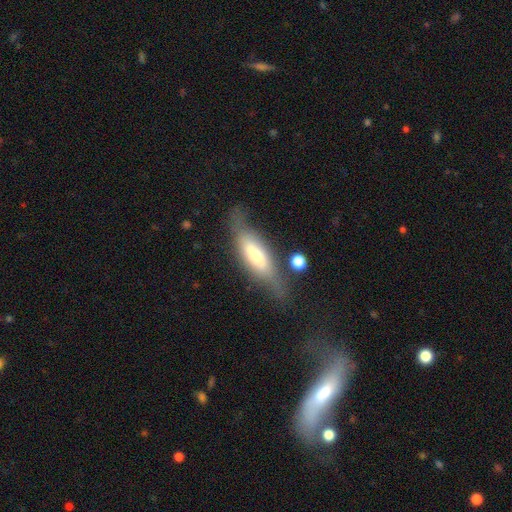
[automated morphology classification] Overall: featured or disk (50%; smooth 43%). Edge-on disk: yes (66%; no 34%). Merging: none (57%; minor disturbance 25%).